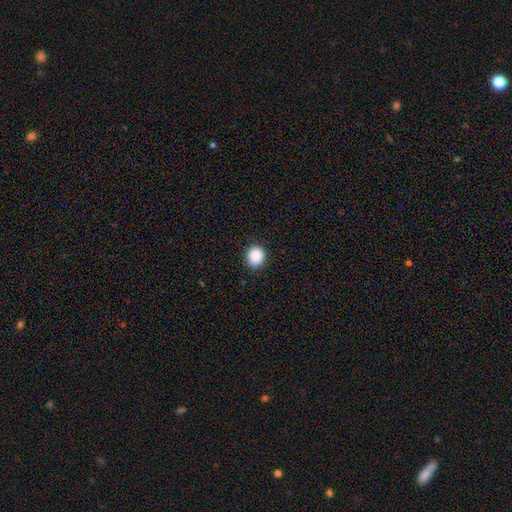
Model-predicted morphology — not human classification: This appears to be a smooth galaxy with no disk features (89%) that is round (76%). Merging: none (89%).